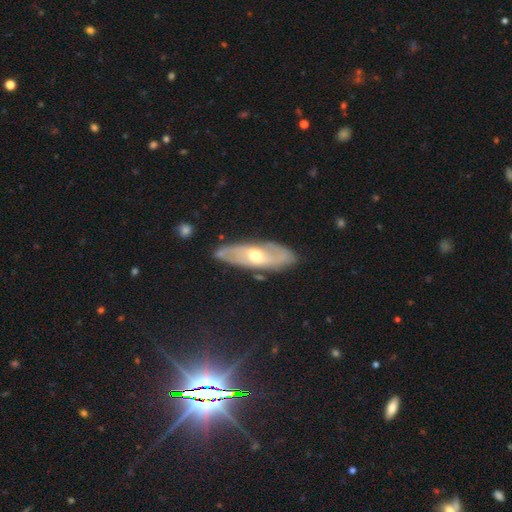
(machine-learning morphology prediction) A featured or disk galaxy (70%) with no bar (48%), spiral arms (72%) and a moderate central bulge (68%). Merging: none (80%).